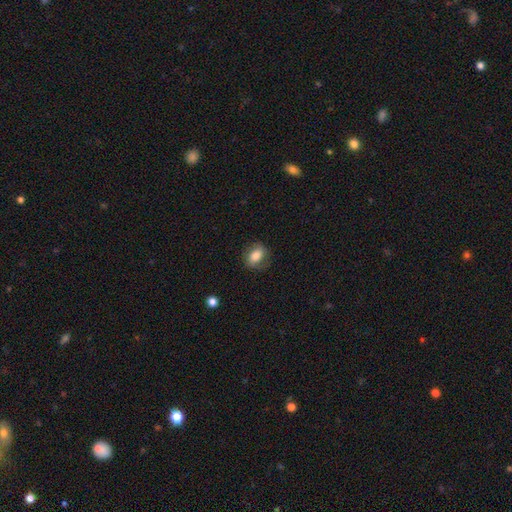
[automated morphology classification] This appears to be a smooth galaxy with no disk features (71%) that is in between round and cigar-shaped (69%). Merging: none (76%).